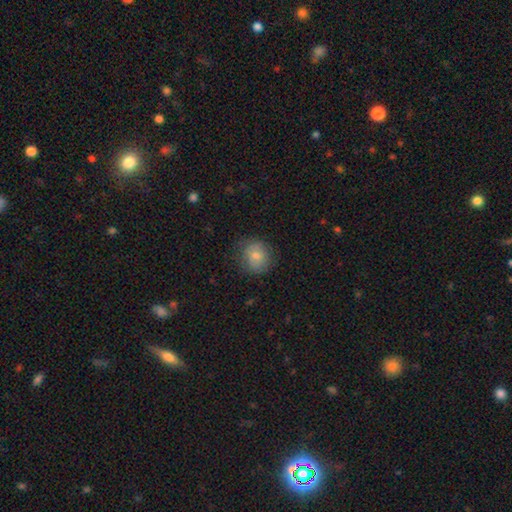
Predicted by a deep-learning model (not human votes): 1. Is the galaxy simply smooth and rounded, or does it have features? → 74% smooth, 16% featured or disk, 10% star or artifact.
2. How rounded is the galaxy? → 81% round, 18% in between, 1% cigar-shaped.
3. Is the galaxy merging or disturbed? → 80% none, 15% minor disturbance, 4% major disturbance, 1% merger.